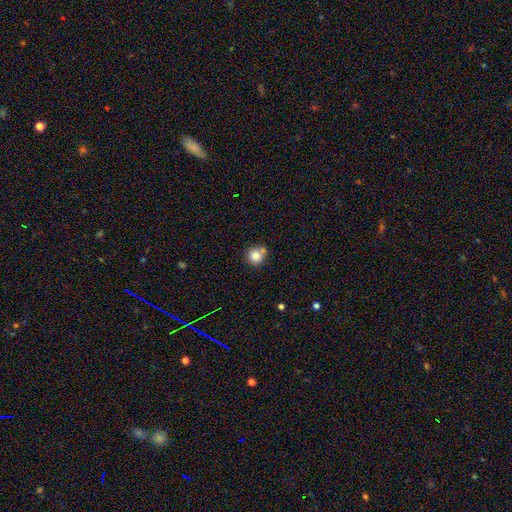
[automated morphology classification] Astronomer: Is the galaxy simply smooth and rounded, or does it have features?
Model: smooth — 81%.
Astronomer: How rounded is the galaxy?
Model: round — 91%.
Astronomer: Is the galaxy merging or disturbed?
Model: none — 63%.